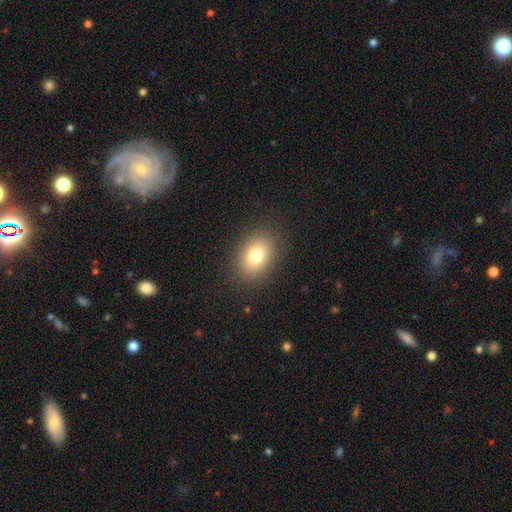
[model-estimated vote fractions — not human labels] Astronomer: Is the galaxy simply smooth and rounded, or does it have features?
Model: smooth — 77%.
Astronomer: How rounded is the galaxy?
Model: in between — 68%.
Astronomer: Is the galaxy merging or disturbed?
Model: none — 87%.